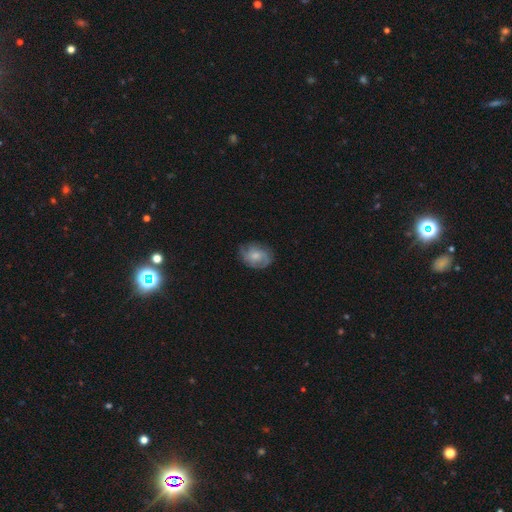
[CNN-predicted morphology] A smooth galaxy with no disk features (48%).

Vote fractions:
- Smooth or featured? smooth: 48% / featured or disk: 44% / star or artifact: 8%
- Merging? none: 69% / minor disturbance: 23% / major disturbance: 7% / merger: 1%